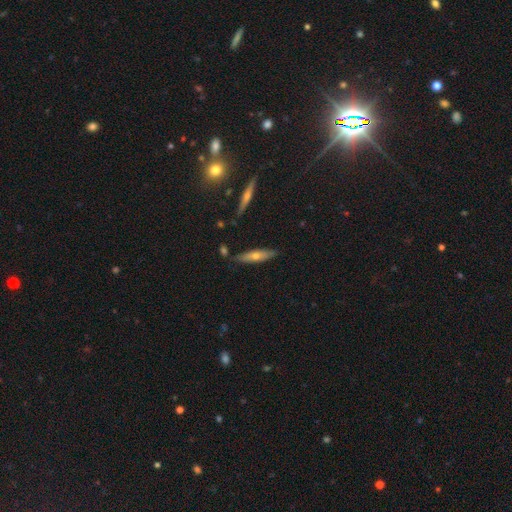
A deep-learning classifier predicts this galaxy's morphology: Overall: smooth (47%; featured or disk 46%). Merging: none (82%).